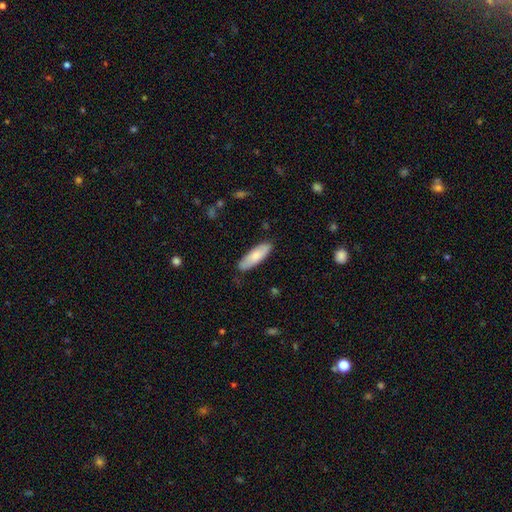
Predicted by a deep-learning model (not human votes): This appears to be a smooth galaxy with no disk features (79%) that is in between round and cigar-shaped (57%). Merging: none (85%).